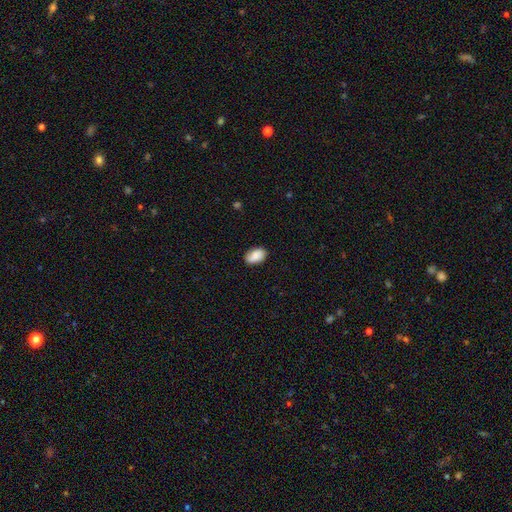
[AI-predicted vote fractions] The model was most divided on "merging": none: 83%, minor disturbance: 13%, major disturbance: 3%, merger: 1%. More confident: how rounded — in between (91%); smooth or featured — smooth (84%).